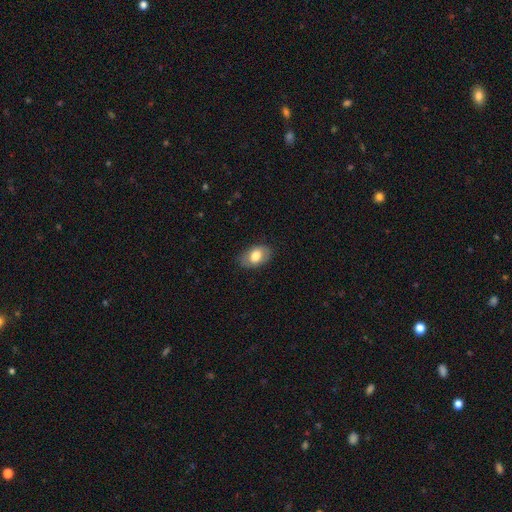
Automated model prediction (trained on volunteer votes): Q: Smooth or featured?
A: smooth (75%); runner-up: featured or disk (18%)
Q: How rounded?
A: in between (86%); runner-up: round (13%)
Q: Merging?
A: none (80%); runner-up: minor disturbance (15%)